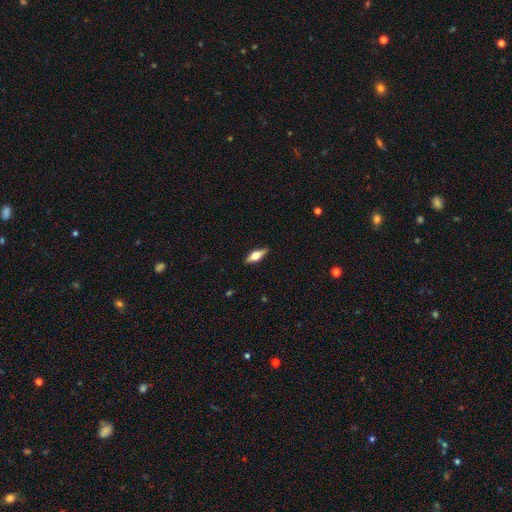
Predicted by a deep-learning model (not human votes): Smooth or featured? Predicted: featured or disk (p=0.57). Edge-on disk? Predicted: yes (p=0.93). Edge-on bulge? Predicted: rounded (p=0.95). Merging? Predicted: none (p=0.89).